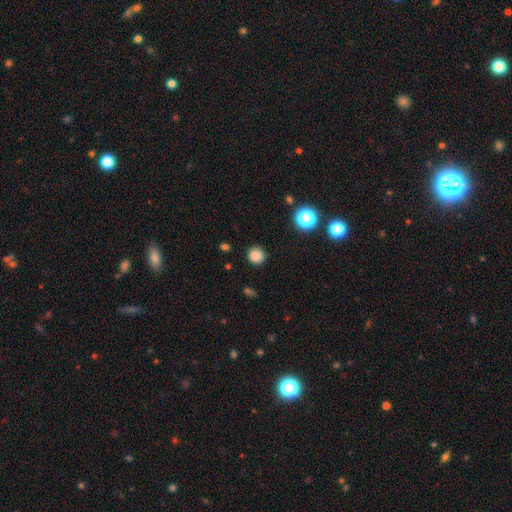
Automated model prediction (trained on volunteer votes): Overall: smooth (84%). How rounded: round (91%). Merging: none (89%).